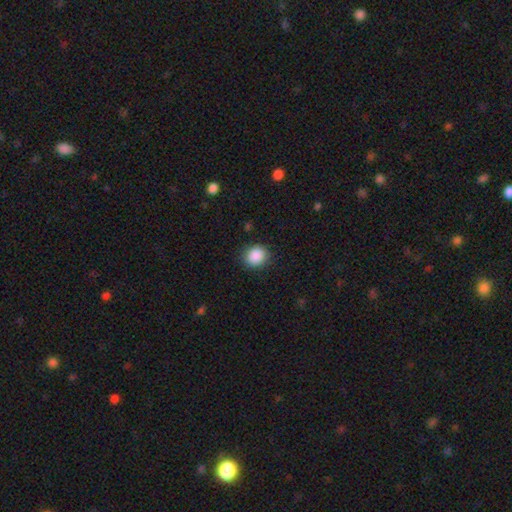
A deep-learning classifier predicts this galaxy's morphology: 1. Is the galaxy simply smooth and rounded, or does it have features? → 89% smooth, 8% star or artifact, 3% featured or disk.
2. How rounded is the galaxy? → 78% round, 21% in between, 1% cigar-shaped.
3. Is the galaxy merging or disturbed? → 88% none, 8% minor disturbance, 3% major disturbance, 1% merger.